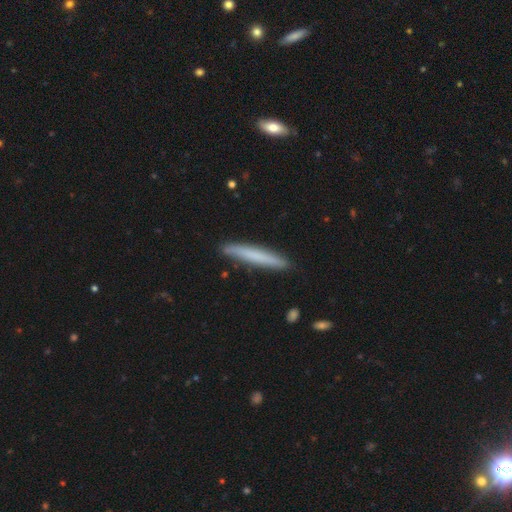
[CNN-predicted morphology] Smooth or featured? Predicted: smooth (p=0.69). How rounded? Predicted: cigar-shaped (p=0.96). Merging? Predicted: none (p=0.90).